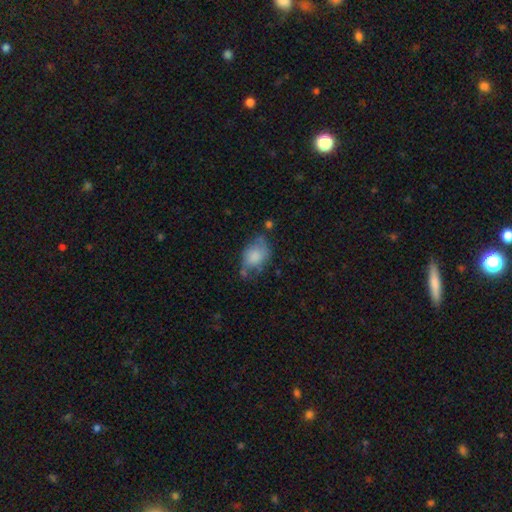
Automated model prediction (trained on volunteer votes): Morphology: type=smooth (69%); roundness=in between (79%); merging=none (40%).